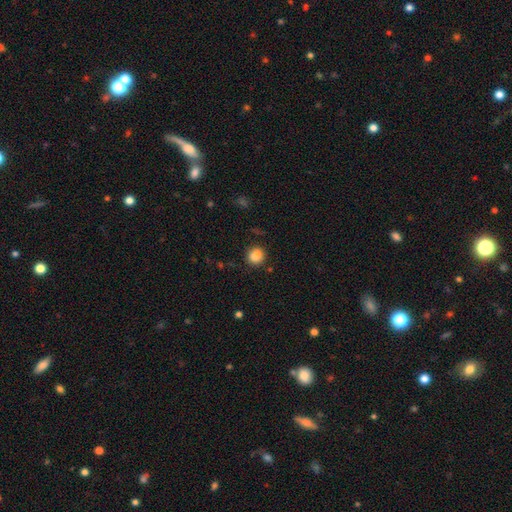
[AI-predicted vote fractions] A smooth galaxy with no disk features (84%) that is round (80%).

Vote fractions:
- Smooth or featured? smooth: 84% / star or artifact: 11% / featured or disk: 5%
- How rounded? round: 80% / in between: 19% / cigar-shaped: 1%
- Merging? none: 75% / minor disturbance: 14% / merger: 6% / major disturbance: 4%